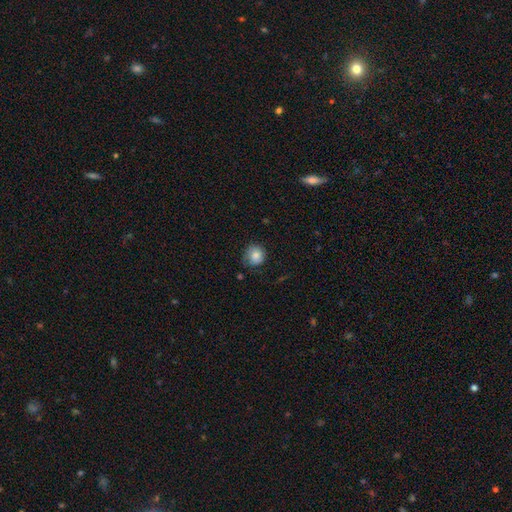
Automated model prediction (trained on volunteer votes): A smooth galaxy with no disk features (82%) that is round (84%). Merging: none (66%).